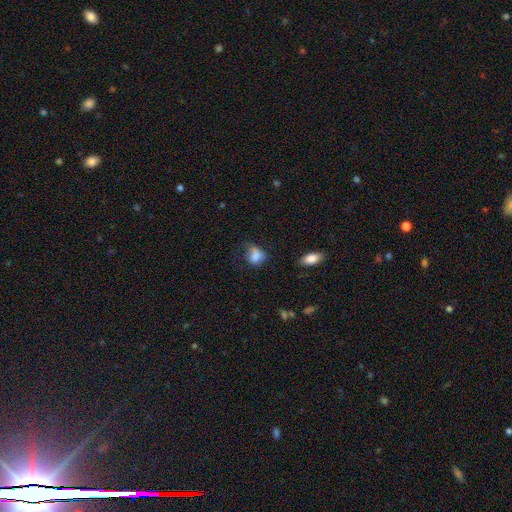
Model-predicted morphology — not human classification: Overall: smooth (82%). How rounded: in between (51%; round 48%). Merging: none (44%; minor disturbance 36%).